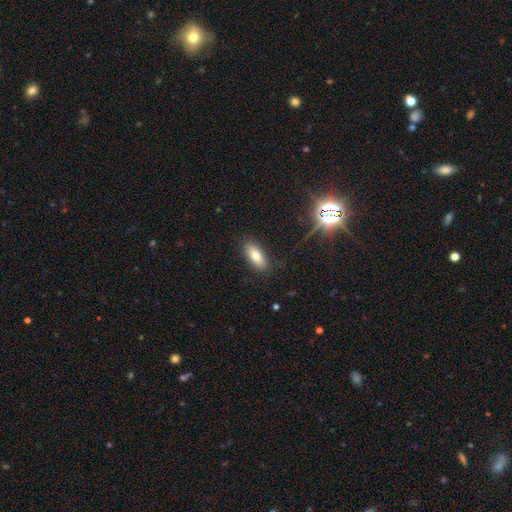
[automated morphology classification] The model was most divided on "how rounded": in between: 79%, cigar-shaped: 18%, round: 2%. More confident: merging — none (87%); smooth or featured — smooth (78%).